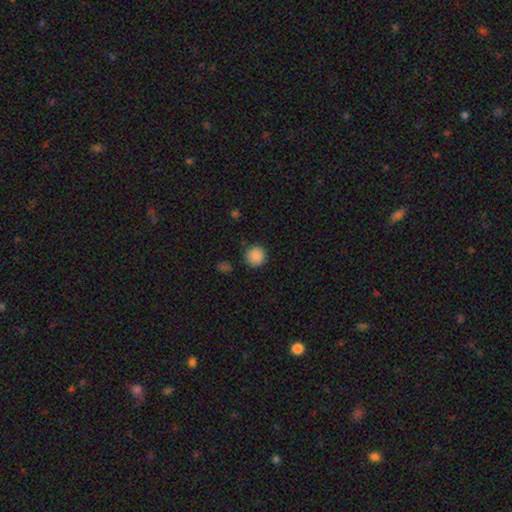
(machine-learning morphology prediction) This is clearly a smooth galaxy (88%). How rounded: clearly round (94%). Merging: clearly none (89%).